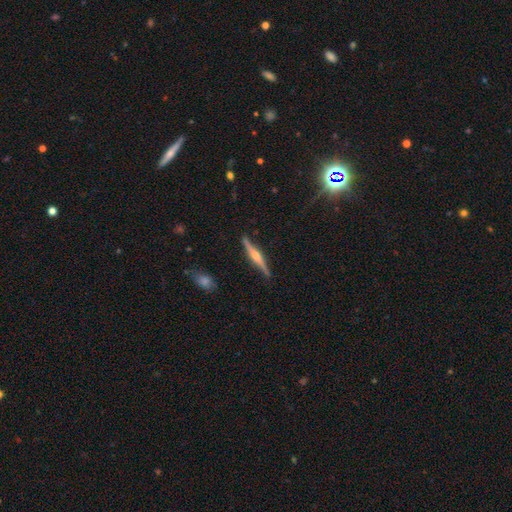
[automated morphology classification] type=featured or disk (78%); edge-on=yes (98%); edge-on bulge=rounded (92%); merging=none (88%).